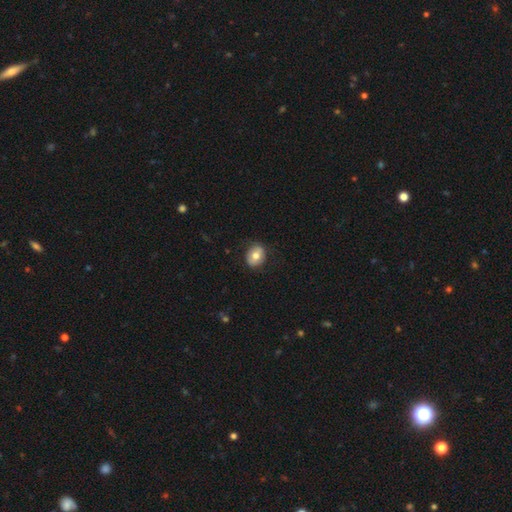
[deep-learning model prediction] smooth 72%, featured or disk 20%, star or artifact 8%. Down the decision tree: how rounded — round (52%); merging — none (82%).